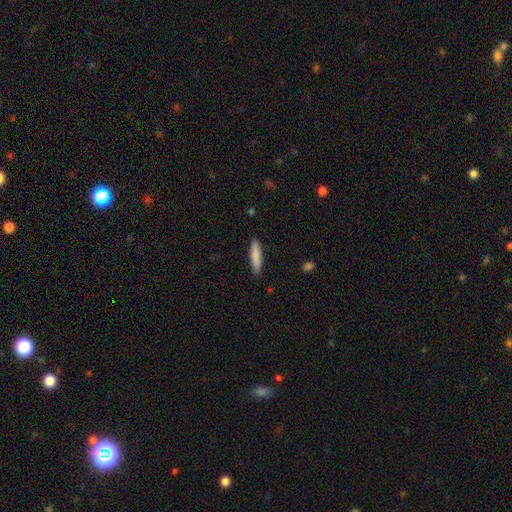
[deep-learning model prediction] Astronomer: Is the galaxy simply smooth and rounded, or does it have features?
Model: smooth — 85%.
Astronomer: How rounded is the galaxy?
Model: cigar-shaped — 84%.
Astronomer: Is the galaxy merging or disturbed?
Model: none — 88%.